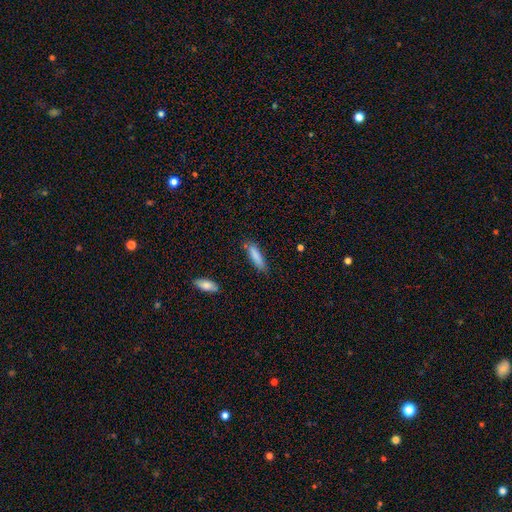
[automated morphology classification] This is clearly a smooth galaxy (85%). How rounded: likely cigar-shaped (69%). Merging: likely none (78%).